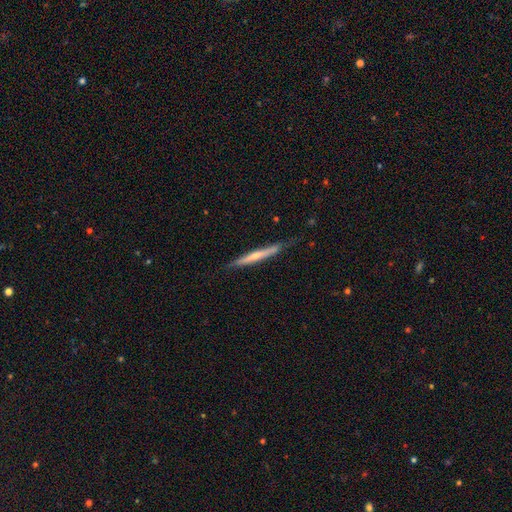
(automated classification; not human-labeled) Q: Smooth or featured?
A: featured or disk (57%); runner-up: smooth (37%)
Q: Edge-on disk?
A: yes (96%); runner-up: no (4%)
Q: Edge-on bulge?
A: rounded (48%); runner-up: none (46%)
Q: Merging?
A: none (78%); runner-up: minor disturbance (18%)